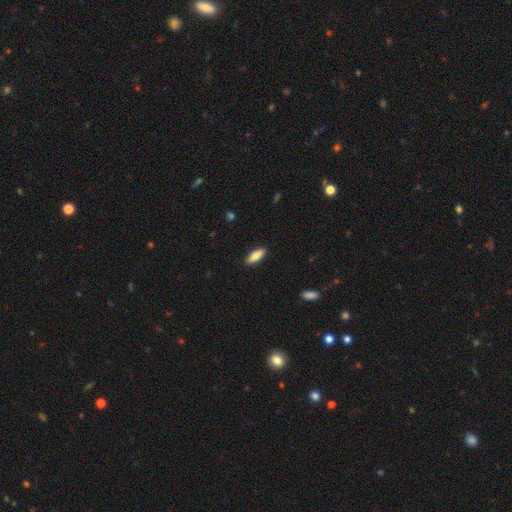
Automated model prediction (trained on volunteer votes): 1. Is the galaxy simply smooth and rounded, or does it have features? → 78% smooth, 16% featured or disk, 6% star or artifact.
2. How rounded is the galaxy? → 65% in between, 33% cigar-shaped, 2% round.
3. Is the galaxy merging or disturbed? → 89% none, 8% minor disturbance, 2% major disturbance, 1% merger.